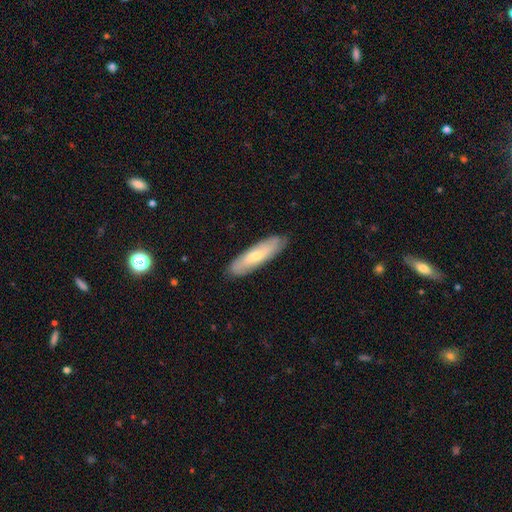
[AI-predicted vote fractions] Smooth or featured: smooth — 59% (featured or disk — 36%)
How rounded: cigar-shaped — 61% (in between — 37%)
Merging: none — 85% (minor disturbance — 12%)